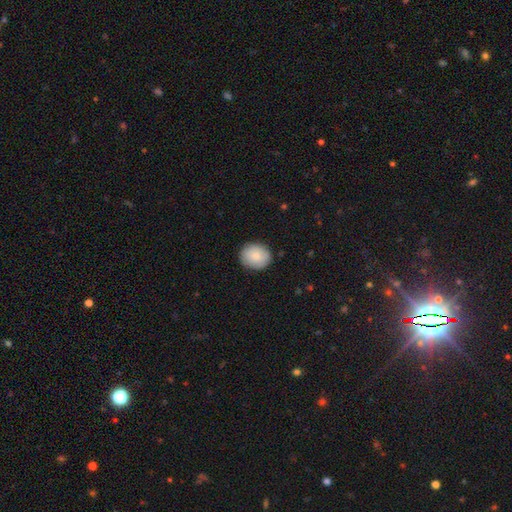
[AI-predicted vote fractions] The model was most divided on "how rounded": round: 64%, in between: 35%, cigar-shaped: 1%. More confident: merging — none (86%); smooth or featured — smooth (85%).